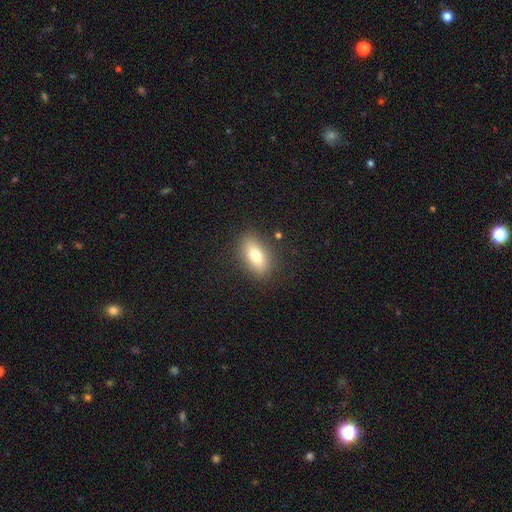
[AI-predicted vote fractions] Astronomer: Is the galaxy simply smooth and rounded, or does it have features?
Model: smooth — 74%.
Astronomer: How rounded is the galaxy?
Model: in between — 84%.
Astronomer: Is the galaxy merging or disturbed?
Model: none — 86%.